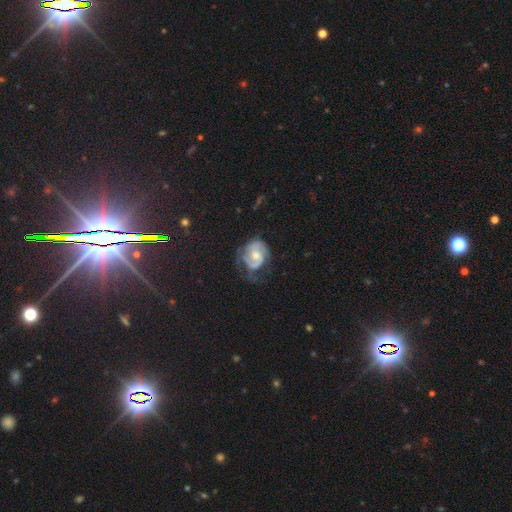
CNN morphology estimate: type=featured or disk (76%); edge-on=no (98%); bar=no (55%); spiral arms=yes (91%); winding=medium (44%); arm count=2 (75%); bulge=moderate (59%); merging=none (52%).